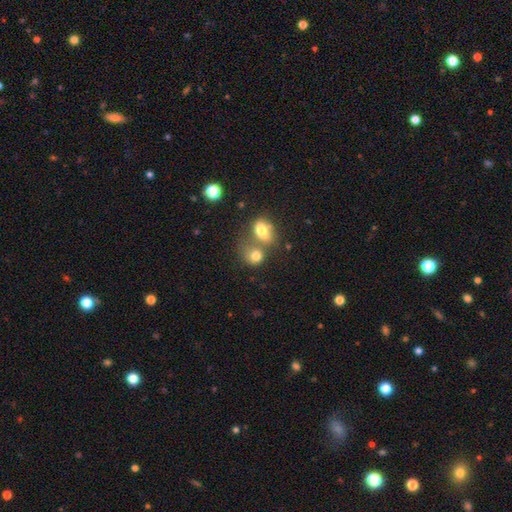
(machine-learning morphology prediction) Smooth or featured?
  - smooth: 78% *
  - featured or disk: 11%
  - star or artifact: 11%
How rounded?
  - round: 59% *
  - in between: 40%
  - cigar-shaped: 1%
Merging?
  - merger: 52% *
  - none: 31%
  - minor disturbance: 10%
  - major disturbance: 6%